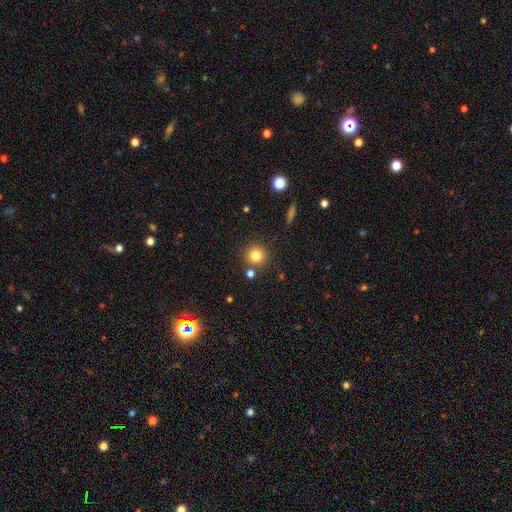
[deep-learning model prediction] Smooth or featured?
  - smooth: 82% *
  - star or artifact: 11%
  - featured or disk: 7%
How rounded?
  - round: 93% *
  - in between: 6%
  - cigar-shaped: 1%
Merging?
  - none: 82% *
  - merger: 8%
  - minor disturbance: 8%
  - major disturbance: 3%